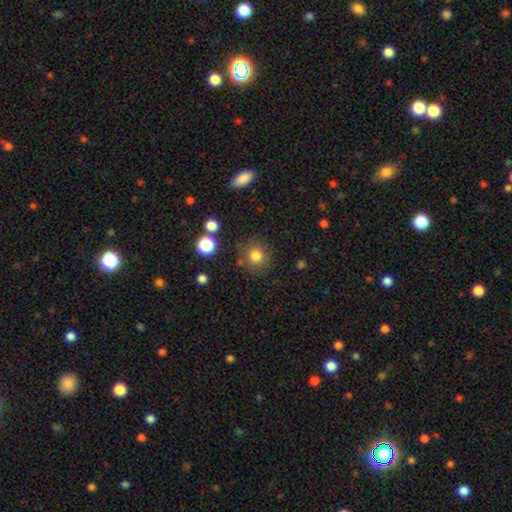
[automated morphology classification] Smooth or featured?
  - smooth: 80% *
  - star or artifact: 13%
  - featured or disk: 7%
How rounded?
  - round: 91% *
  - in between: 8%
  - cigar-shaped: 1%
Merging?
  - none: 79% *
  - minor disturbance: 11%
  - major disturbance: 5%
  - merger: 5%